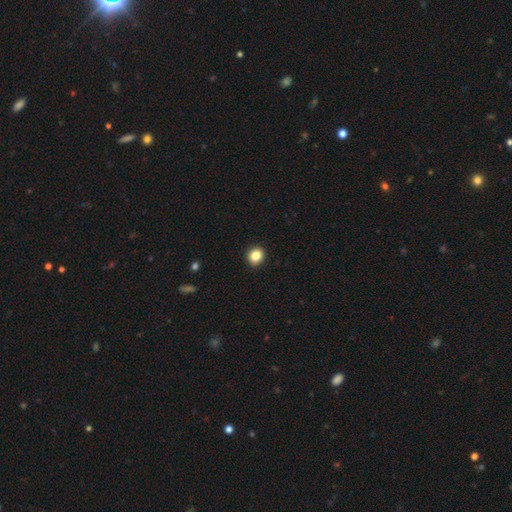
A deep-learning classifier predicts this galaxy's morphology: Smooth or featured? Predicted: smooth (p=0.85). How rounded? Predicted: round (p=0.81). Merging? Predicted: none (p=0.91).